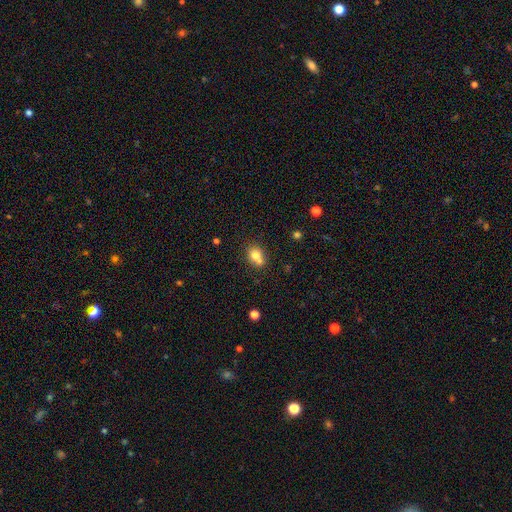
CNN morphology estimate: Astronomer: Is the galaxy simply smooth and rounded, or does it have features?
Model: smooth — 76%.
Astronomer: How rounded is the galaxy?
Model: round — 59% (runner-up: in between, 40%).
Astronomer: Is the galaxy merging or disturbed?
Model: none — 48% (runner-up: merger, 36%).